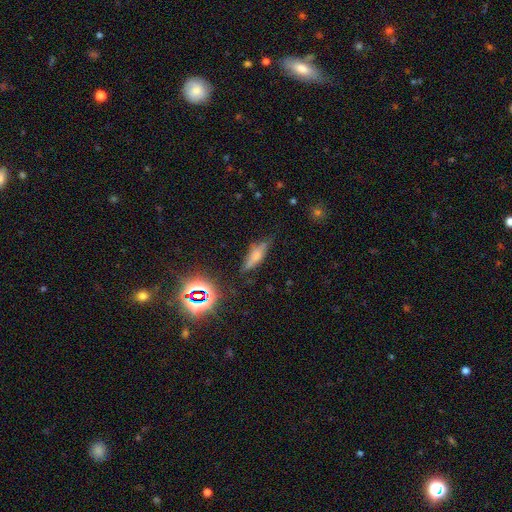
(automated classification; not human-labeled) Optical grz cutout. It shows a smooth galaxy with no disk features (48%). Merging: none (71%).